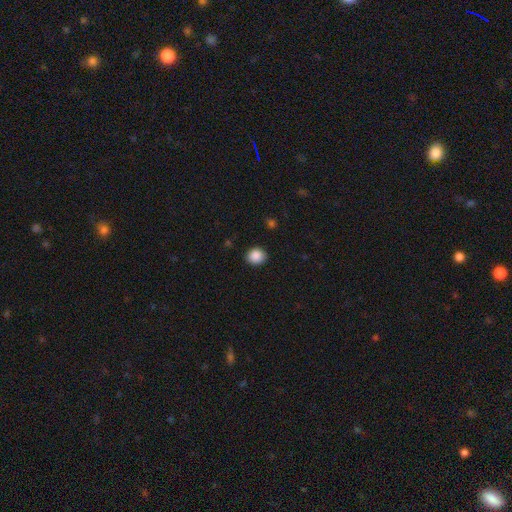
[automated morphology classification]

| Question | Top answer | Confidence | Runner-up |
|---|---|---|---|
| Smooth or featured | smooth | 88% | star or artifact (9%) |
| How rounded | round | 75% | in between (24%) |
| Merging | none | 89% | minor disturbance (8%) |